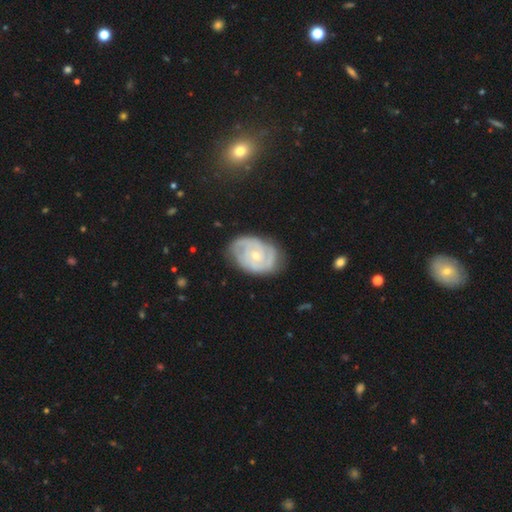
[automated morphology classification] A featured or disk galaxy (83%) with no bar (74%), 2 (39%) tight (68%) spiral arms (93%) and a small central bulge (62%).

Vote fractions:
- Smooth or featured? featured or disk: 83% / smooth: 12% / star or artifact: 5%
- Edge-on disk? no: 97% / yes: 3%
- Bar? no: 74% / weak: 22% / strong: 4%
- Spiral arms? yes: 93% / no: 7%
- Spiral winding? tight: 68% / medium: 26% / loose: 6%
- Spiral arm count? 2: 39% / can't tell: 26% / 3: 21% / 4: 6% / 1: 5% / more than 4: 4%
- Bulge size? small: 62% / moderate: 35% / none: 1% / large: 1% / dominant: 1%
- Merging? none: 74% / minor disturbance: 19% / major disturbance: 5% / merger: 1%